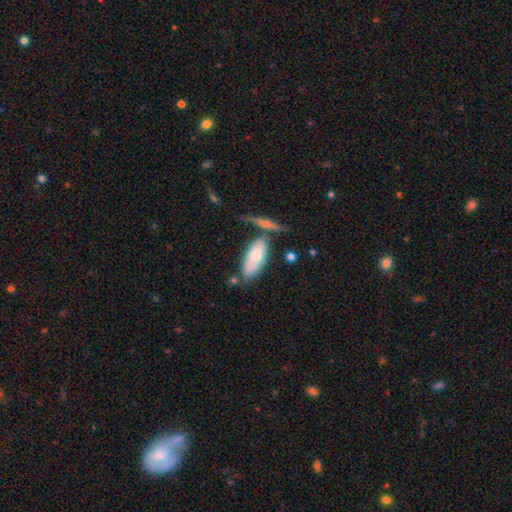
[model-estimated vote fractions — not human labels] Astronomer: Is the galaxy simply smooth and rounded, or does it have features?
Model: smooth — 71%.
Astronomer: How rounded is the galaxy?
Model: in between — 83%.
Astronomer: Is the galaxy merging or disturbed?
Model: none — 51%.